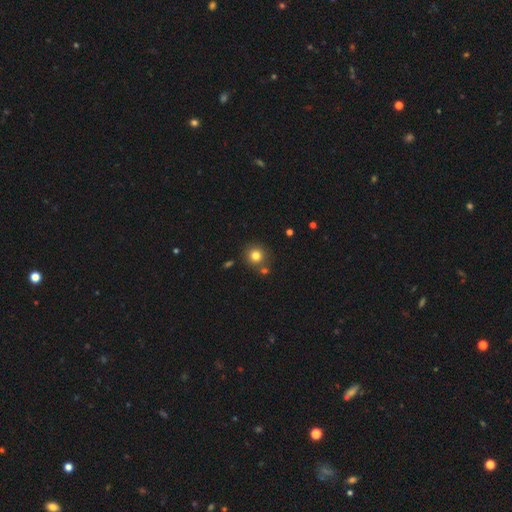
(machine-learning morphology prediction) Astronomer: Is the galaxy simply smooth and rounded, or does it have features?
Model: smooth — 80%.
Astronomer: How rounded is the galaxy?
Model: round — 91%.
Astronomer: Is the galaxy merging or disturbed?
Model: none — 77%.